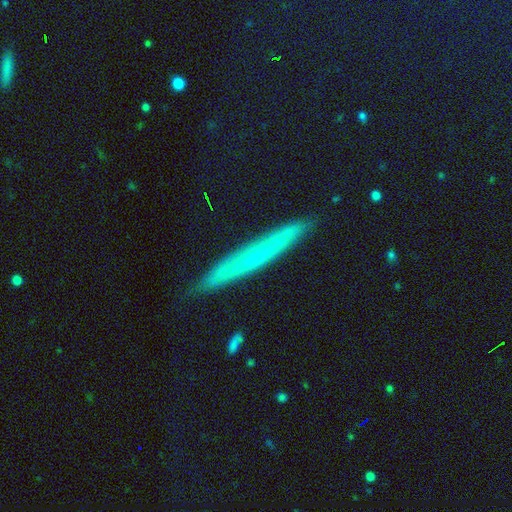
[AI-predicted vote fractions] smooth-or-featured: featured or disk: 47% | smooth: 40% | star or artifact: 13%
  merging: none: 88% | minor disturbance: 9% | major disturbance: 1% | merger: 1%